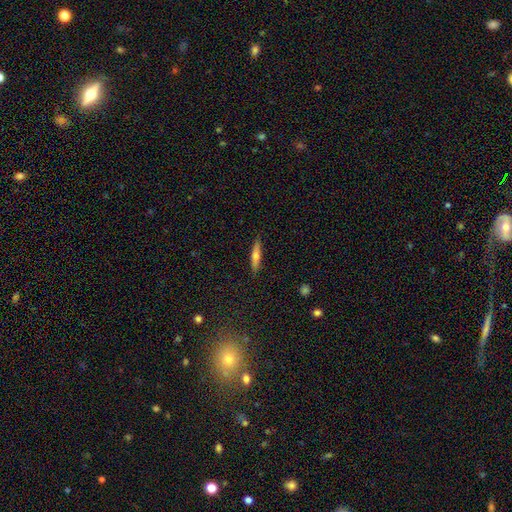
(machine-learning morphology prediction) A smooth galaxy with no disk features (55%) that is cigar-shaped (83%). Merging: none (88%).